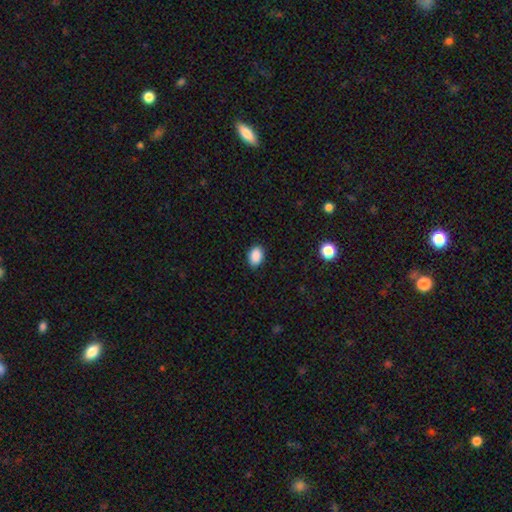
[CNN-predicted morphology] type=smooth (89%); roundness=in between (82%); merging=none (87%).